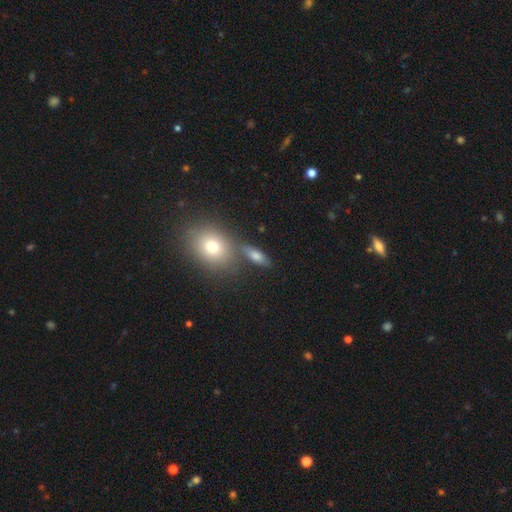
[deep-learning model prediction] A smooth galaxy with no disk features (72%) that is in between round and cigar-shaped (67%).

Vote fractions:
- Smooth or featured? smooth: 72% / featured or disk: 17% / star or artifact: 12%
- How rounded? in between: 67% / cigar-shaped: 21% / round: 12%
- Merging? none: 66% / merger: 17% / minor disturbance: 12% / major disturbance: 5%